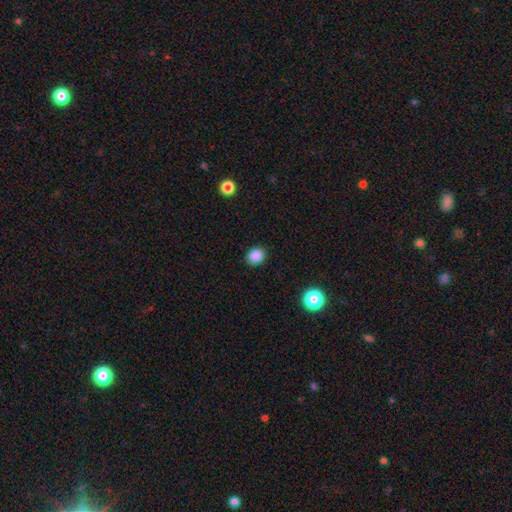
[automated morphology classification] Smooth or featured?
  - smooth: 86% *
  - star or artifact: 10%
  - featured or disk: 4%
How rounded?
  - round: 73% *
  - in between: 26%
  - cigar-shaped: 1%
Merging?
  - none: 91% *
  - minor disturbance: 6%
  - major disturbance: 2%
  - merger: 1%